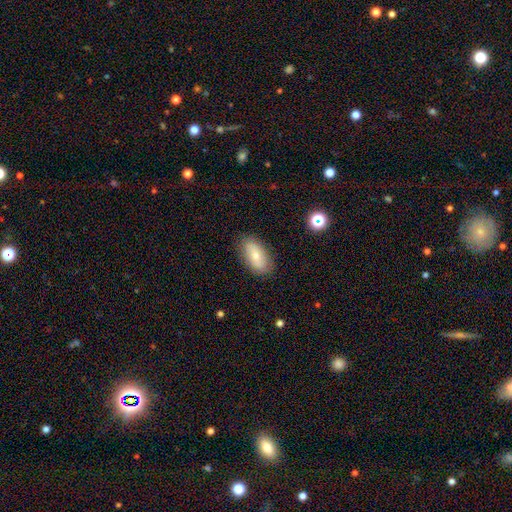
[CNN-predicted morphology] Smooth or featured? smooth (69%)
How rounded? in between (92%)
Merging? none (84%)